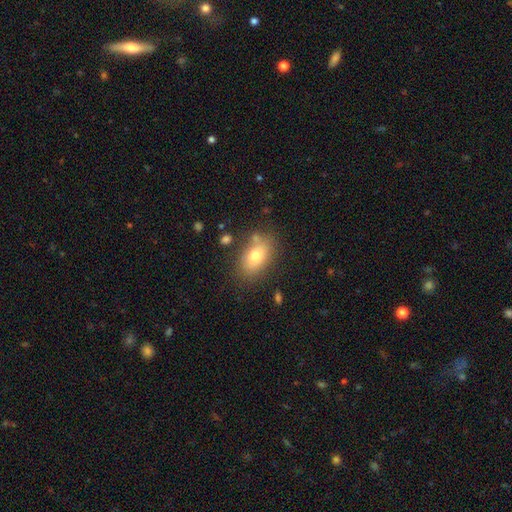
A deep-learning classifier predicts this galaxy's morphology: Overall: smooth (74%). How rounded: in between (86%). Merging: none (75%).